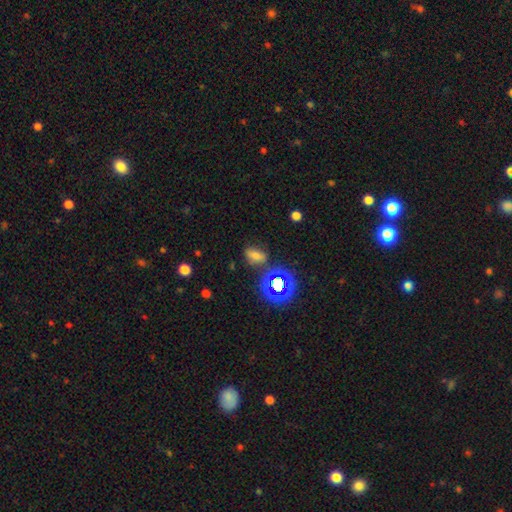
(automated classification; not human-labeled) The model was most divided on "smooth or featured": smooth: 60%, star or artifact: 29%, featured or disk: 11%. More confident: how rounded — in between (79%); merging — none (72%).